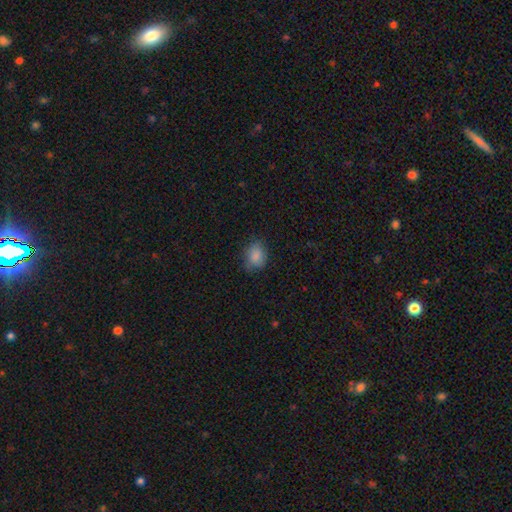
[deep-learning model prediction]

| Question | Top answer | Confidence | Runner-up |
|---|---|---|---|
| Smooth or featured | smooth | 86% | star or artifact (9%) |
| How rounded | in between | 51% | round (48%) |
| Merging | none | 75% | minor disturbance (19%) |